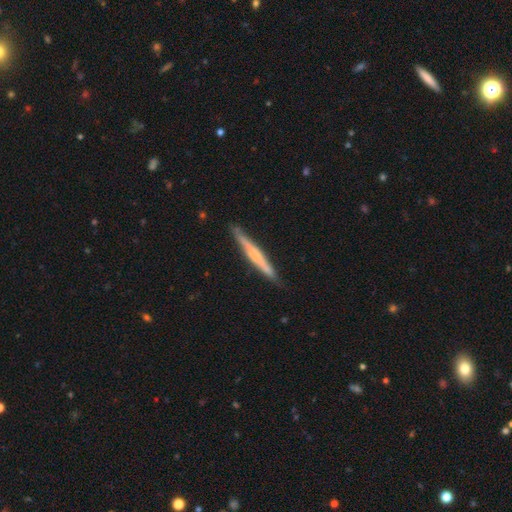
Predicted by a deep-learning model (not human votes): Smooth or featured: featured or disk — 59% (smooth — 35%)
Edge-on disk: yes — 97% (no — 3%)
Edge-on bulge: none — 40% (rounded — 38%)
Merging: none — 87% (minor disturbance — 10%)